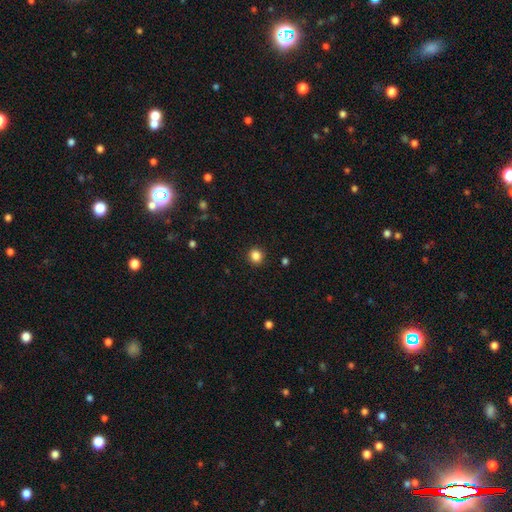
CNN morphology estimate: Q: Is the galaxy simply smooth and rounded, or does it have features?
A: smooth — 85%.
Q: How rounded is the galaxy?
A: round — 87%.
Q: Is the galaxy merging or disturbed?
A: none — 92%.